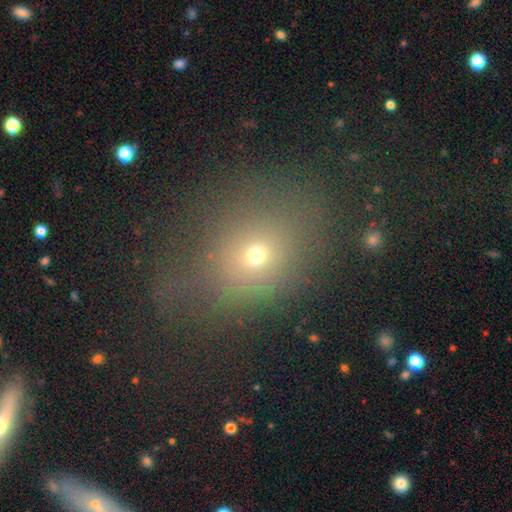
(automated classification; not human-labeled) Smooth or featured? Predicted: smooth (p=0.63). How rounded? Predicted: round (p=0.56). Merging? Predicted: none (p=0.58).